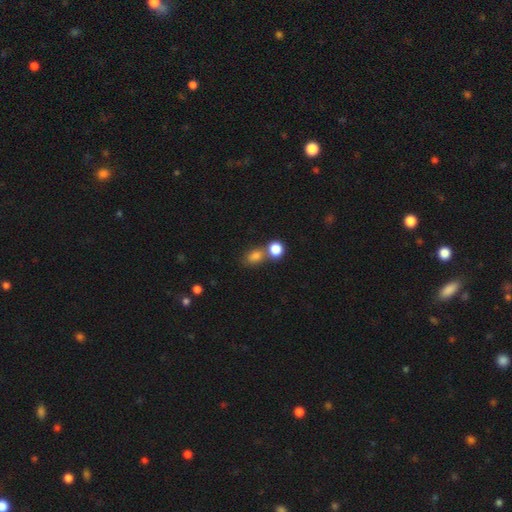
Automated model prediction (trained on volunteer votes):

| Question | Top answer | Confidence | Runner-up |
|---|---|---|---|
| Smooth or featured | smooth | 80% | star or artifact (13%) |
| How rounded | in between | 59% | round (39%) |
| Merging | none | 45% | merger (40%) |